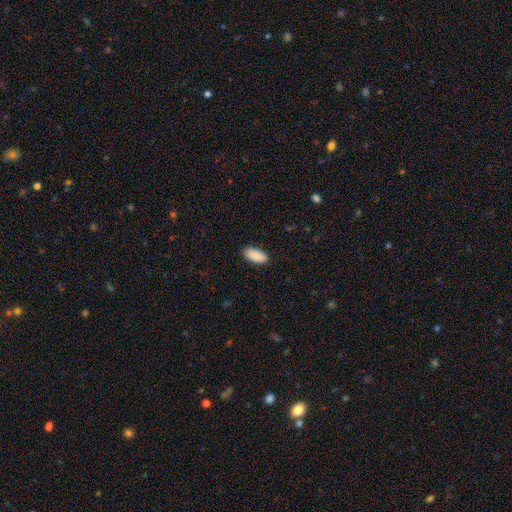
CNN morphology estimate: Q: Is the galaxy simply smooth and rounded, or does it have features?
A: smooth — 90%.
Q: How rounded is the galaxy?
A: in between — 91%.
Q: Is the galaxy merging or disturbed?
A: none — 89%.